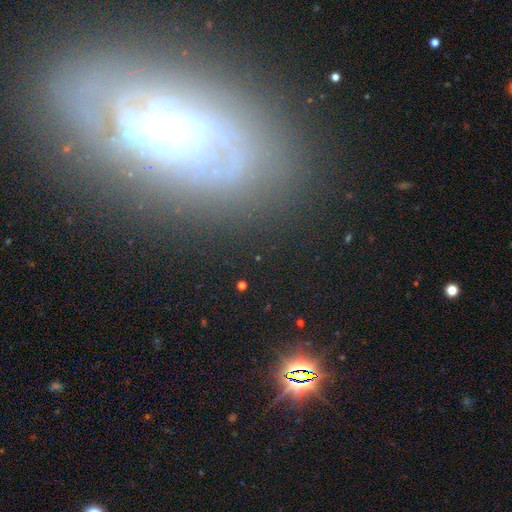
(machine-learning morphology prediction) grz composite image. It shows a featured or disk galaxy (71%) with no bar (66%), spiral arms (74%) and a small central bulge (50%). Merging: none (73%).